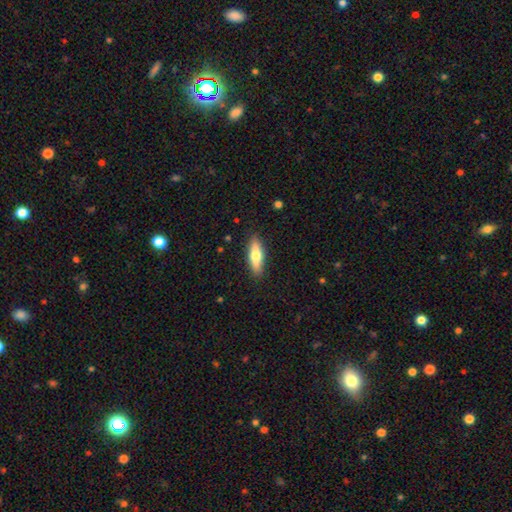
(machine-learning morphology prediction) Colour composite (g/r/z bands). It shows a smooth galaxy with no disk features (62%) that is cigar-shaped (53%). Merging: none (88%).